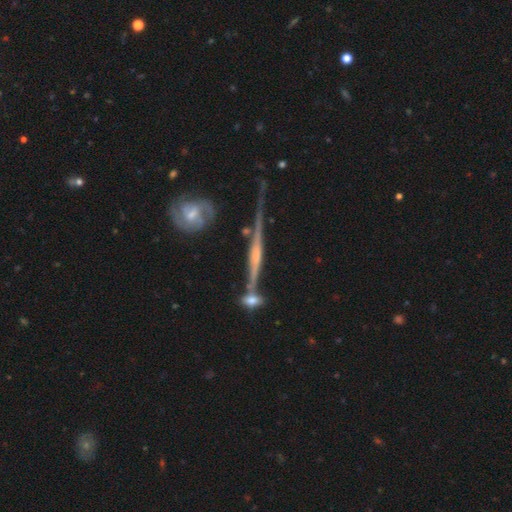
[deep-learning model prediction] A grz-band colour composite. It shows a featured or disk galaxy (82%) viewed edge-on (94%) with a rounded central bulge (47%). Merging: none (58%).